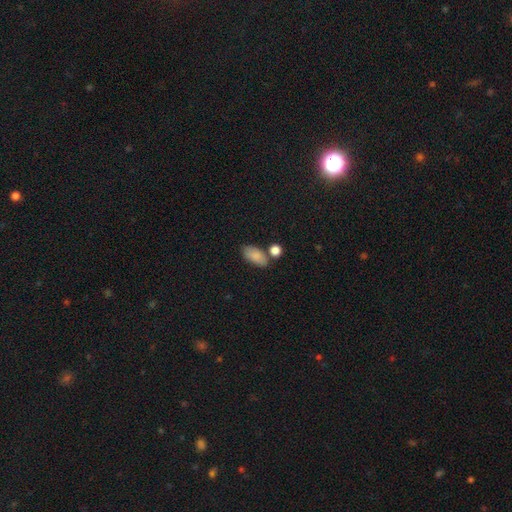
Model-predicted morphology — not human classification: Q: Smooth or featured?
A: smooth (85%); runner-up: featured or disk (8%)
Q: How rounded?
A: in between (91%); runner-up: round (5%)
Q: Merging?
A: none (63%); runner-up: minor disturbance (16%)